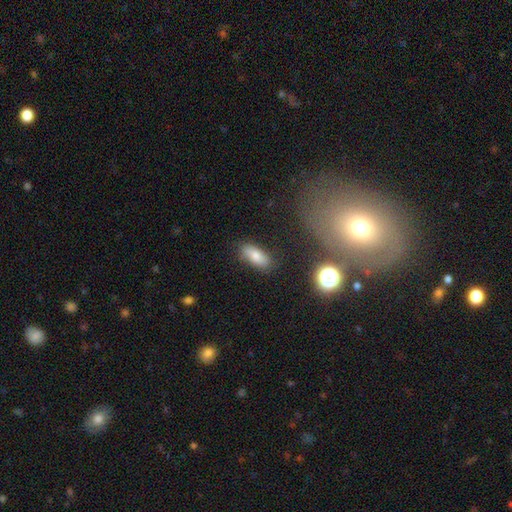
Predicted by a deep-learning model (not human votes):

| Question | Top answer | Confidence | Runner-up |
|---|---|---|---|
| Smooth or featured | smooth | 77% | featured or disk (13%) |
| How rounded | in between | 81% | cigar-shaped (15%) |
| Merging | none | 83% | minor disturbance (12%) |